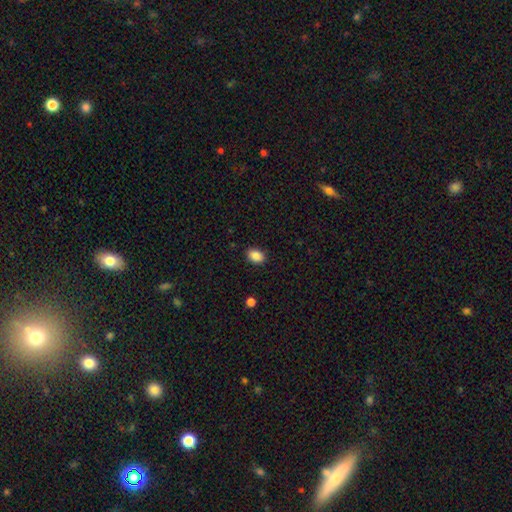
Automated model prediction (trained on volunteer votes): smooth-or-featured: smooth: 88% | star or artifact: 9% | featured or disk: 4%
  how-rounded: in between: 80% | round: 19% | cigar-shaped: 1%
  merging: none: 88% | minor disturbance: 9% | major disturbance: 2% | merger: 1%